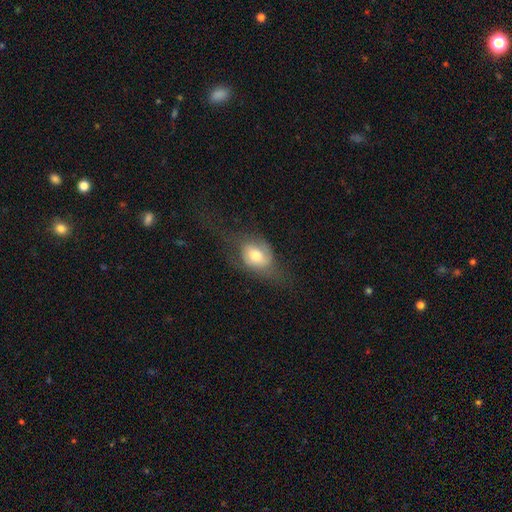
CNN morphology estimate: smooth 60%, featured or disk 33%, star or artifact 8%. Down the decision tree: how rounded — in between (71%); merging — none (40%).